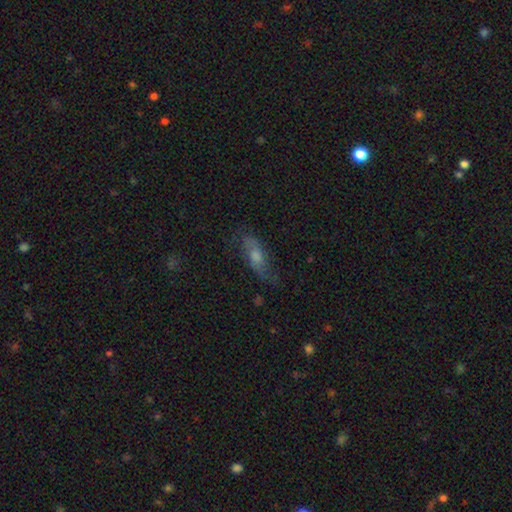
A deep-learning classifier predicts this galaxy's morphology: Q: Smooth or featured?
A: featured or disk (53%); runner-up: smooth (36%)
Q: Edge-on disk?
A: no (70%); runner-up: yes (30%)
Q: Merging?
A: none (70%); runner-up: minor disturbance (20%)